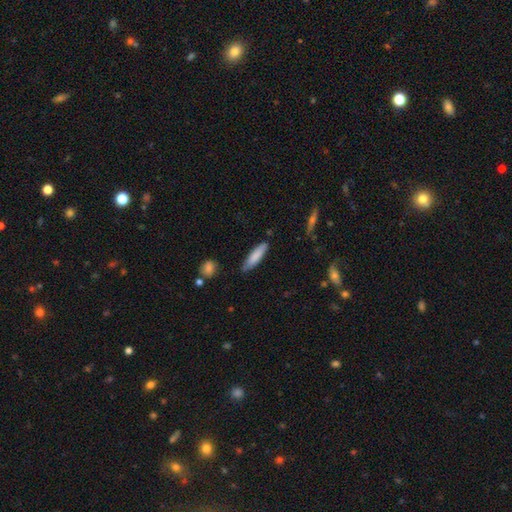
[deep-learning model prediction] Q: Smooth or featured?
A: smooth (82%); runner-up: featured or disk (12%)
Q: How rounded?
A: cigar-shaped (71%); runner-up: in between (28%)
Q: Merging?
A: none (81%); runner-up: minor disturbance (15%)